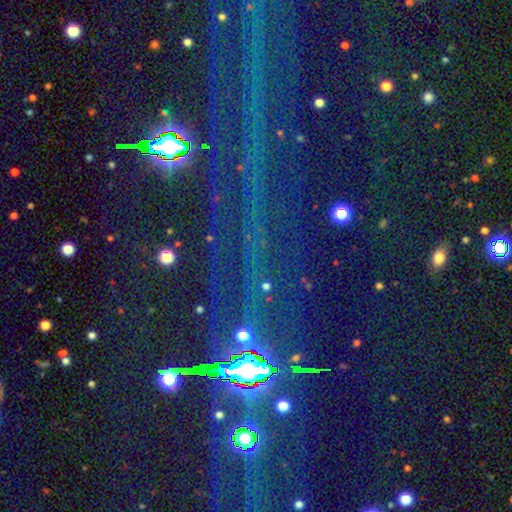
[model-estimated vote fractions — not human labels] Smooth or featured? star or artifact (85%)